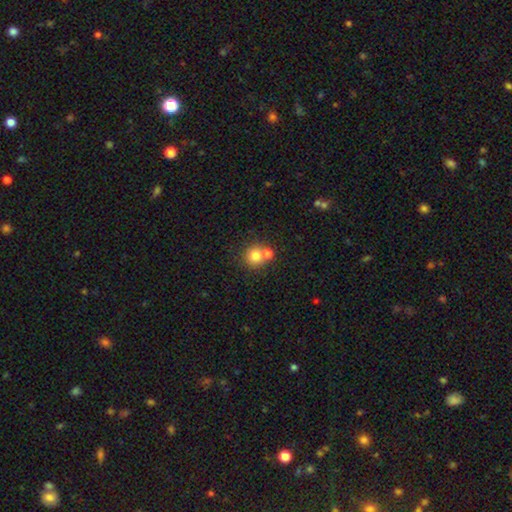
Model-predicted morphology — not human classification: smooth-or-featured: smooth: 77% | star or artifact: 12% | featured or disk: 11%
  how-rounded: round: 89% | in between: 10% | cigar-shaped: 1%
  merging: none: 54% | merger: 36% | minor disturbance: 7% | major disturbance: 3%